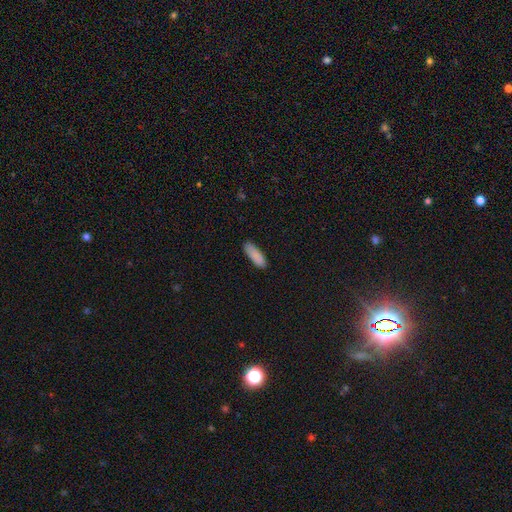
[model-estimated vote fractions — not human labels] A smooth galaxy with no disk features (89%) that is in between round and cigar-shaped (59%). Merging: none (85%).